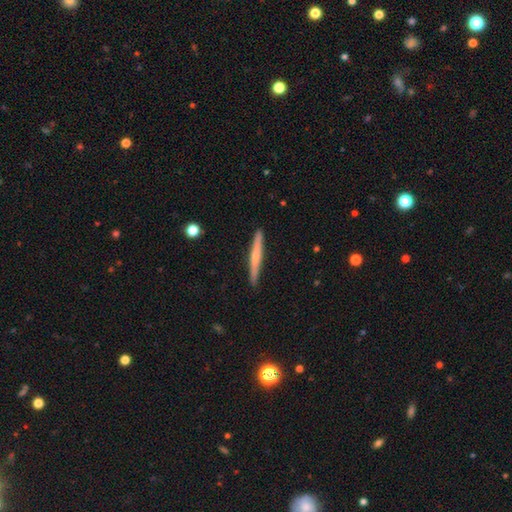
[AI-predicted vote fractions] smooth_or_featured: featured or disk (p=0.48) [alt: smooth p=0.46]
merging: none (p=0.90) [alt: minor disturbance p=0.07]